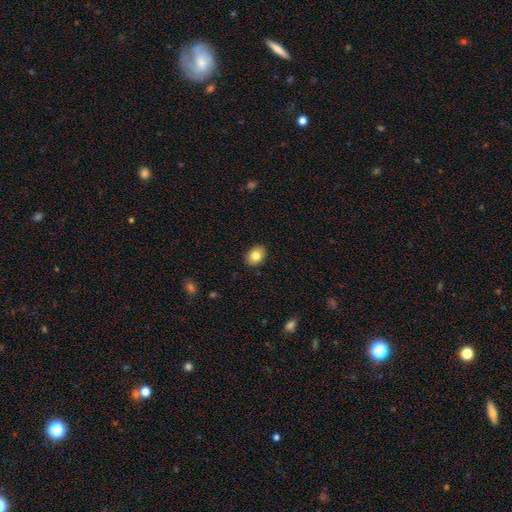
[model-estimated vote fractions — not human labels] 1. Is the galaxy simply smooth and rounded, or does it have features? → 82% smooth, 10% featured or disk, 8% star or artifact.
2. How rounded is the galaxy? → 66% in between, 33% round, 1% cigar-shaped.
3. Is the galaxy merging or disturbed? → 89% none, 8% minor disturbance, 2% major disturbance, 1% merger.